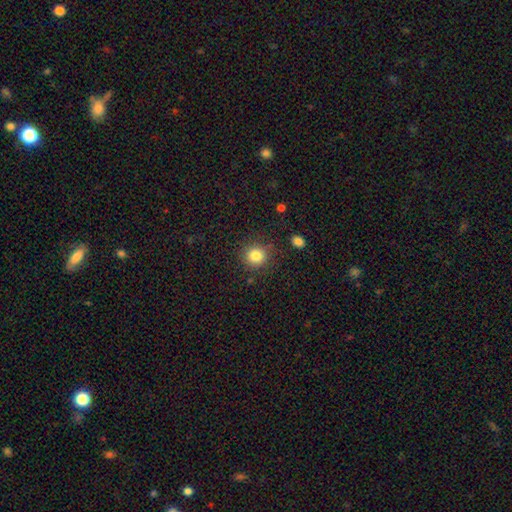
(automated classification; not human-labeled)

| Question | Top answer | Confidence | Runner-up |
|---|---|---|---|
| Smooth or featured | smooth | 83% | star or artifact (11%) |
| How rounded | round | 89% | in between (10%) |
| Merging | none | 85% | minor disturbance (9%) |